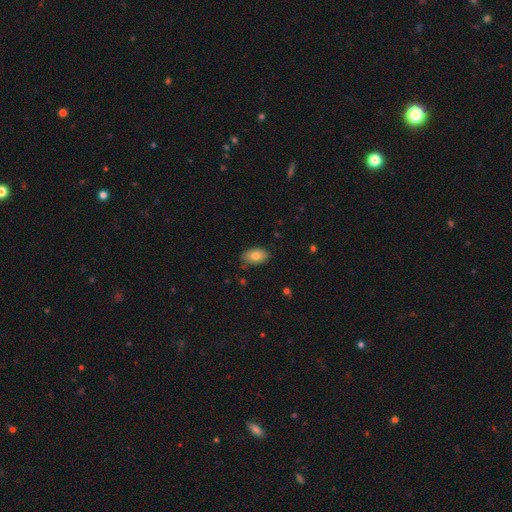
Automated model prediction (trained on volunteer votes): This appears to be a smooth galaxy with no disk features (80%) that is in between round and cigar-shaped (91%). Merging: none (80%).